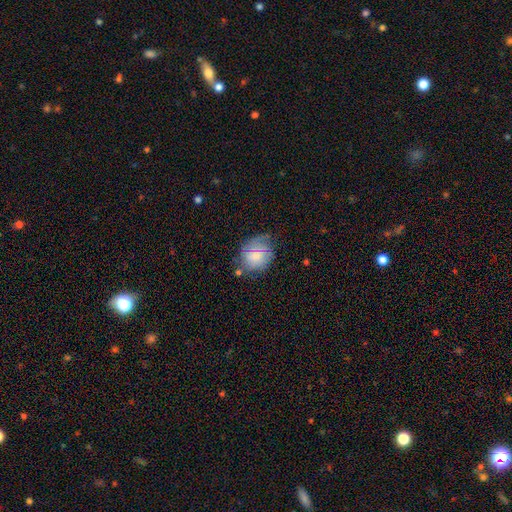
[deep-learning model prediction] smooth 63%, featured or disk 29%, star or artifact 8%. Down the decision tree: how rounded — round (61%); merging — none (47%).